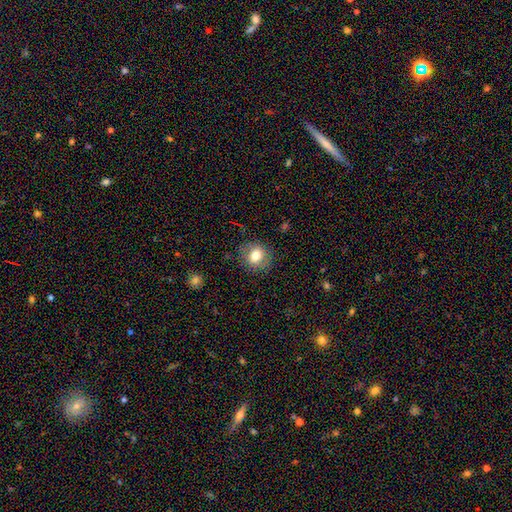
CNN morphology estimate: Q: Smooth or featured?
A: smooth (76%); runner-up: featured or disk (14%)
Q: How rounded?
A: round (76%); runner-up: in between (23%)
Q: Merging?
A: none (85%); runner-up: minor disturbance (11%)